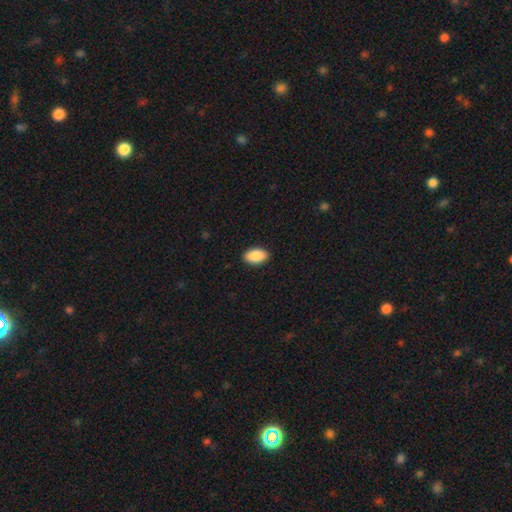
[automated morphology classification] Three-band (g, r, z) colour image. It shows a smooth galaxy with no disk features (90%) that is in between round and cigar-shaped (94%). Merging: none (90%).